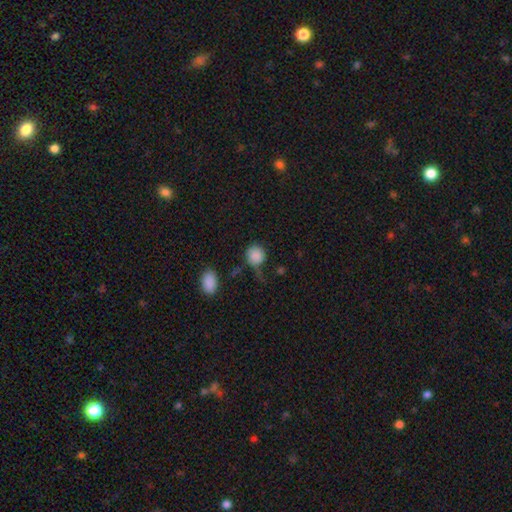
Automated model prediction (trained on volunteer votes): Smooth or featured?
  - smooth: 85% *
  - star or artifact: 8%
  - featured or disk: 7%
How rounded?
  - round: 83% *
  - in between: 16%
  - cigar-shaped: 1%
Merging?
  - none: 48% *
  - minor disturbance: 25%
  - major disturbance: 19%
  - merger: 8%